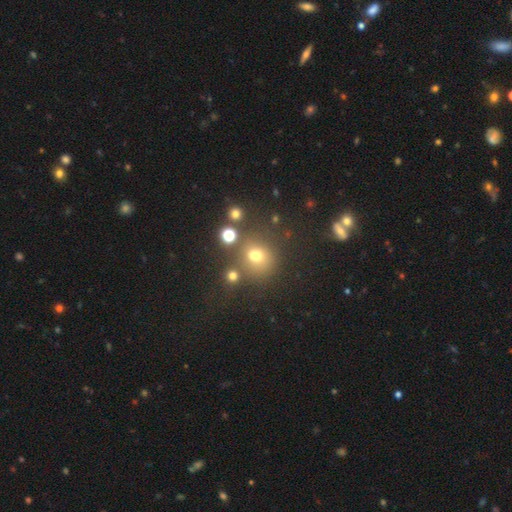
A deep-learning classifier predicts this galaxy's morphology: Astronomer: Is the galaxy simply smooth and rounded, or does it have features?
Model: smooth — 65%.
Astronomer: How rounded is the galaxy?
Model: round — 80%.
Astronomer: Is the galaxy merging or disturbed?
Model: none — 61%.